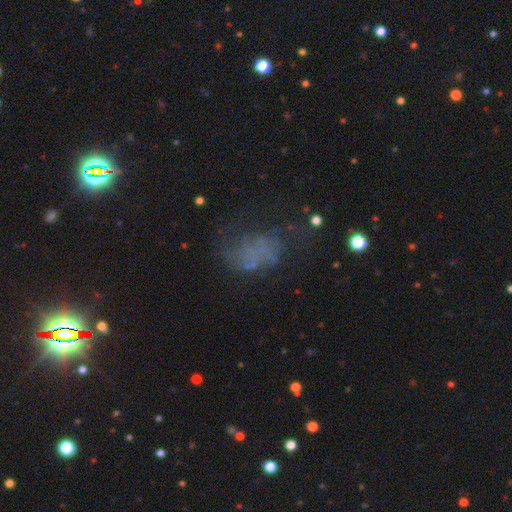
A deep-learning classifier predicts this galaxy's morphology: This is marginally a smooth galaxy (37%). Merging: marginally none (44%).